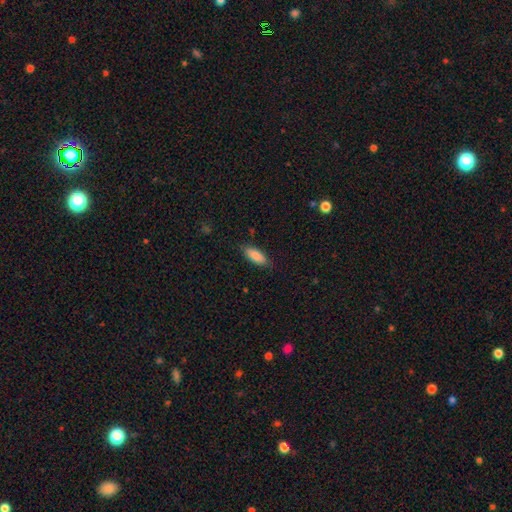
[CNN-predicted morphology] Smooth or featured?
  - smooth: 87% *
  - featured or disk: 7%
  - star or artifact: 6%
How rounded?
  - in between: 76% *
  - cigar-shaped: 23%
  - round: 2%
Merging?
  - none: 82% *
  - minor disturbance: 14%
  - major disturbance: 3%
  - merger: 1%